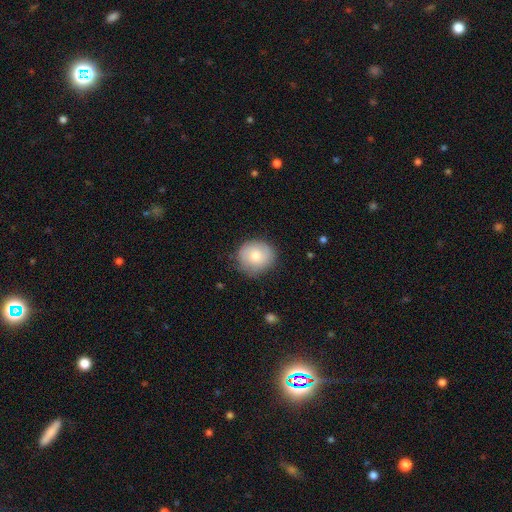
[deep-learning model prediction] Q: Smooth or featured?
A: smooth (77%); runner-up: featured or disk (17%)
Q: How rounded?
A: round (84%); runner-up: in between (15%)
Q: Merging?
A: none (80%); runner-up: minor disturbance (16%)